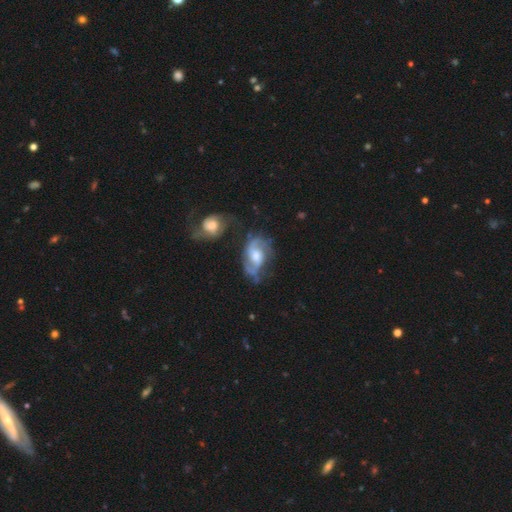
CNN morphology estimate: Smooth or featured? Predicted: featured or disk (p=0.81). Edge-on disk? Predicted: no (p=0.97). Bar? Predicted: no (p=0.46). Spiral arms? Predicted: yes (p=0.93). Spiral winding? Predicted: medium (p=0.49). Spiral arm count? Predicted: 2 (p=0.84). Bulge size? Predicted: moderate (p=0.64). Merging? Predicted: none (p=0.56).